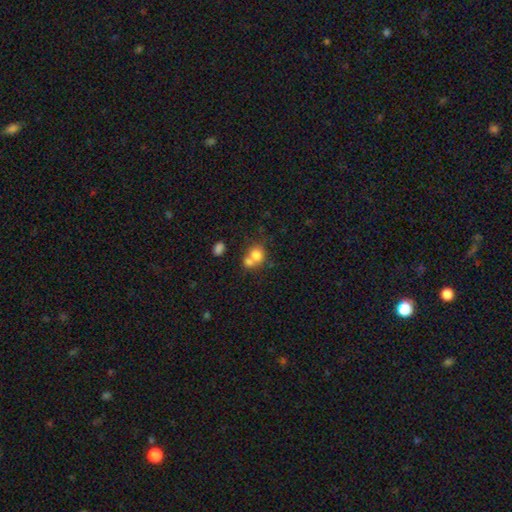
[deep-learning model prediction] Overall: smooth (77%). How rounded: round (67%; in between 32%). Merging: merger (55%; none 33%).